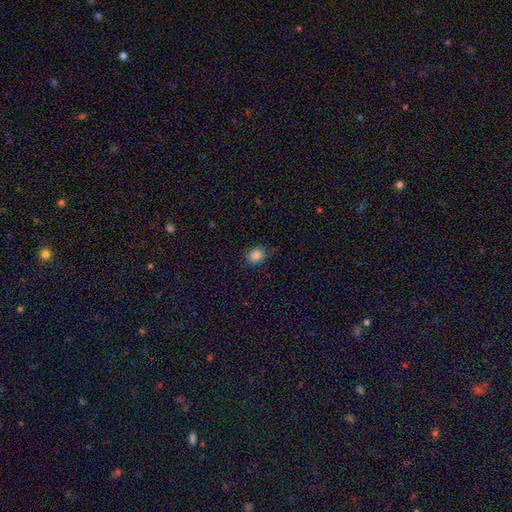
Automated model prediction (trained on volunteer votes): The model was most divided on "how rounded": in between: 52%, round: 47%, cigar-shaped: 1%. More confident: smooth or featured — smooth (86%); merging — none (82%).